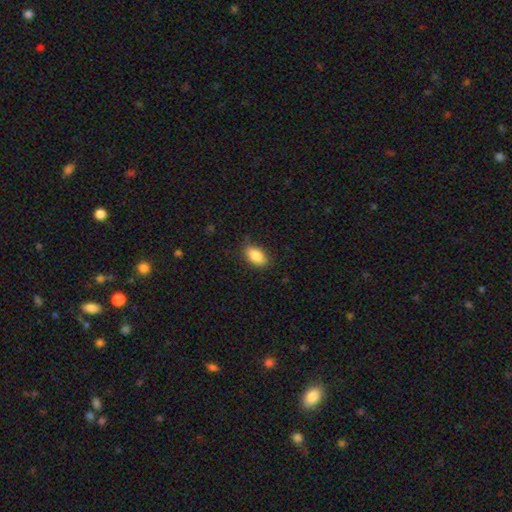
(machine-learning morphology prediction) Smooth or featured? smooth (87%)
How rounded? in between (91%)
Merging? none (82%)